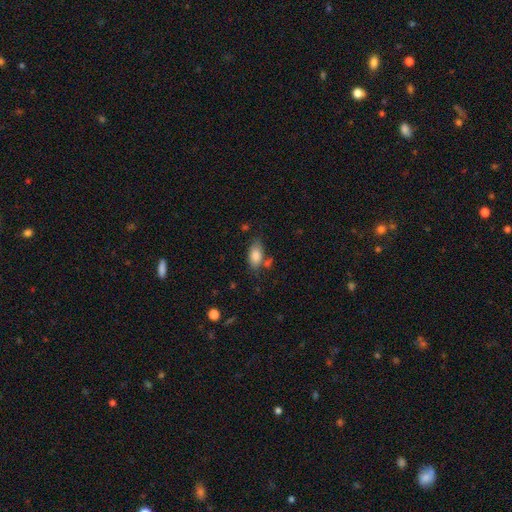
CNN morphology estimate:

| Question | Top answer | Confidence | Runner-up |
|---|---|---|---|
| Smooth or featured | smooth | 83% | featured or disk (10%) |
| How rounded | in between | 90% | cigar-shaped (5%) |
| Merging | none | 65% | minor disturbance (19%) |